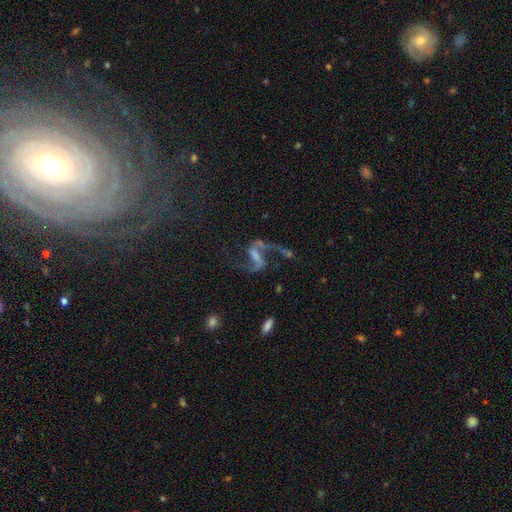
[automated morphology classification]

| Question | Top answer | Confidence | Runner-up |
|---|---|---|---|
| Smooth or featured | featured or disk | 87% | star or artifact (7%) |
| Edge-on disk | no | 97% | yes (3%) |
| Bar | strong | 43% | weak (40%) |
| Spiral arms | yes | 95% | no (5%) |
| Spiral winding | loose | 79% | medium (17%) |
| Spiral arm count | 2 | 91% | 1 (4%) |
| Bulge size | none | 48% | small (24%) |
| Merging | none | 57% | major disturbance (22%) |